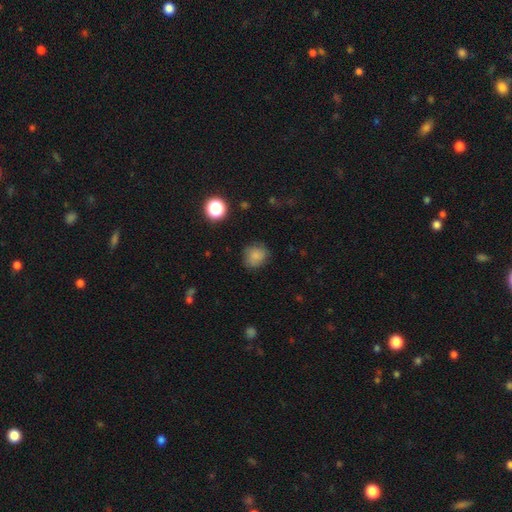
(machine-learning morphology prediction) This is clearly a smooth galaxy (82%). How rounded: likely round (79%). Merging: likely none (79%).